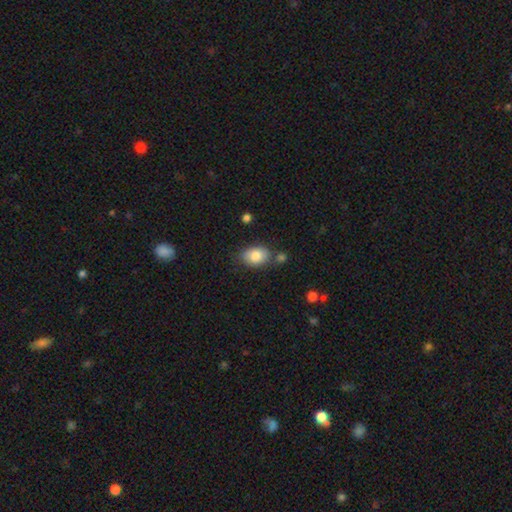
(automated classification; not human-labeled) Smooth or featured? Predicted: smooth (p=0.82). How rounded? Predicted: in between (p=0.83). Merging? Predicted: none (p=0.71).